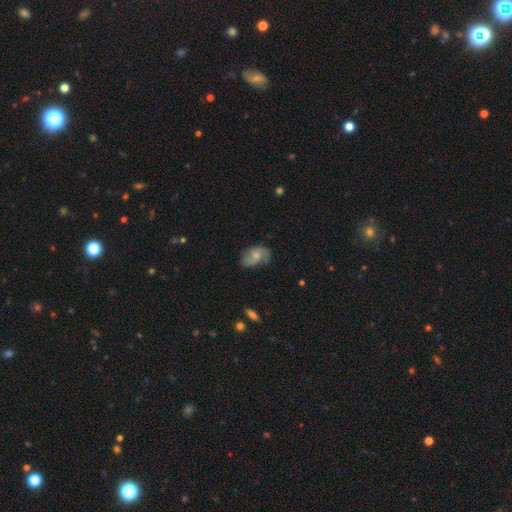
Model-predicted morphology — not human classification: The model was most divided on "bulge size": moderate: 44%, small: 37%, none: 12%, large: 6%, dominant: 1%. More confident: edge-on disk — no (96%); spiral arms — yes (87%); bar — no (67%); merging — none (61%); smooth or featured — featured or disk (59%).